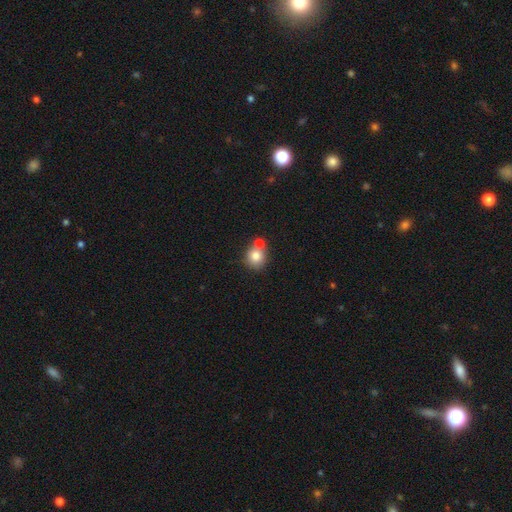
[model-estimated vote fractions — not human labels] Q: Smooth or featured?
A: smooth (78%); runner-up: featured or disk (12%)
Q: How rounded?
A: round (80%); runner-up: in between (20%)
Q: Merging?
A: none (44%); runner-up: merger (43%)